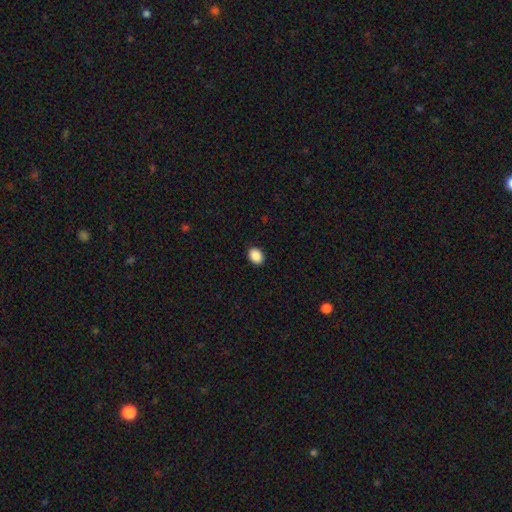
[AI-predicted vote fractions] smooth-or-featured: smooth: 90% | star or artifact: 8% | featured or disk: 2%
  how-rounded: in between: 69% | round: 30% | cigar-shaped: 1%
  merging: none: 90% | minor disturbance: 7% | major disturbance: 2% | merger: 1%